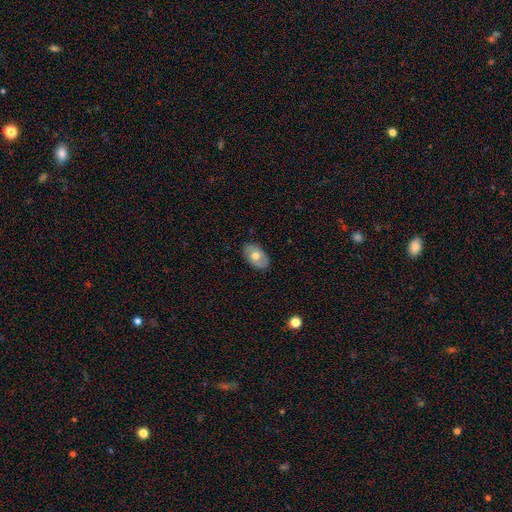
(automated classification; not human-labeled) A smooth galaxy with no disk features (61%) that is in between round and cigar-shaped (88%). Merging: none (85%).